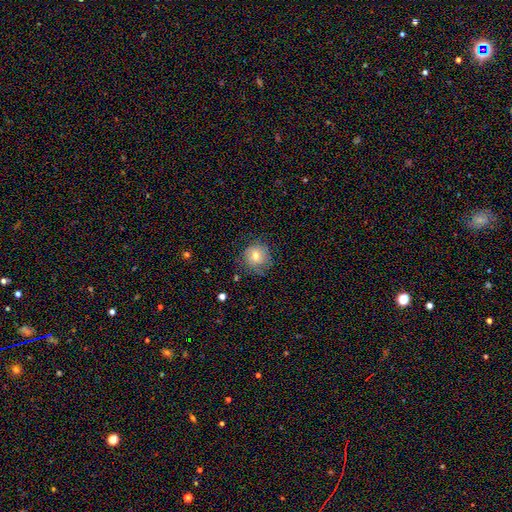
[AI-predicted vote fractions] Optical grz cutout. It shows a smooth galaxy with no disk features (68%) that is round (90%). Merging: none (75%).